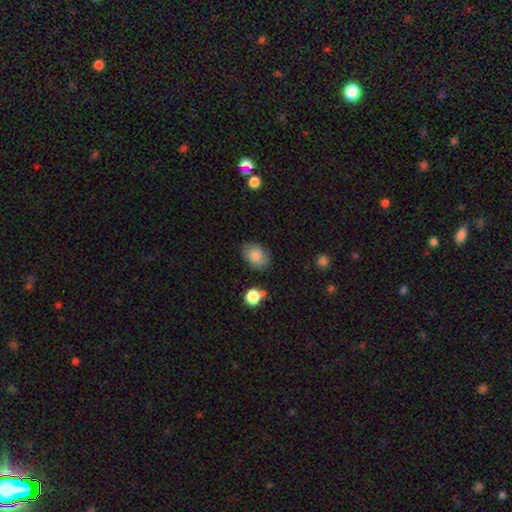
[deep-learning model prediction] Smooth or featured? Predicted: smooth (p=0.83). How rounded? Predicted: in between (p=0.74). Merging? Predicted: none (p=0.77).